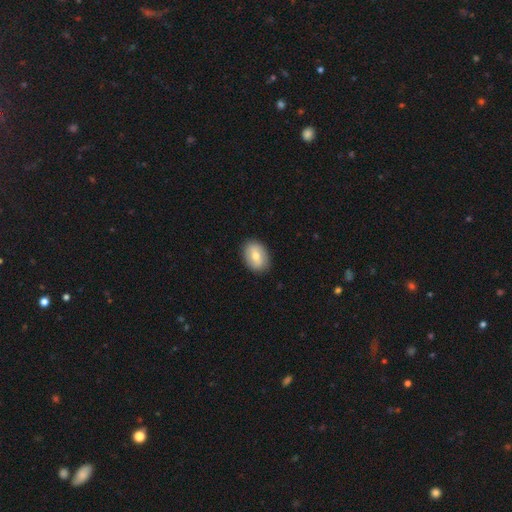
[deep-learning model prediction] smooth 65%, featured or disk 28%, star or artifact 7%. Down the decision tree: how rounded — in between (74%); merging — none (88%).